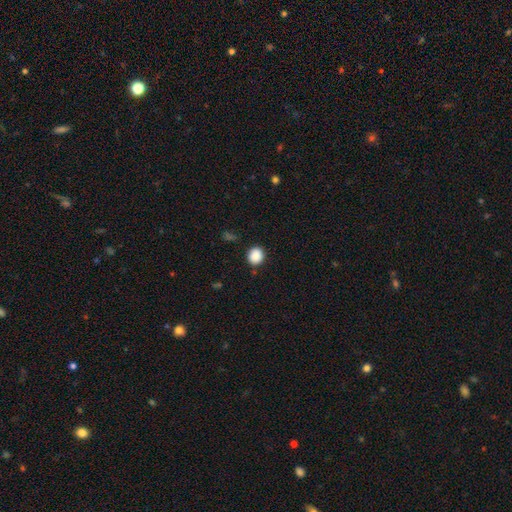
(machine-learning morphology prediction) Smooth or featured? Predicted: smooth (p=0.88). How rounded? Predicted: round (p=0.79). Merging? Predicted: none (p=0.87).